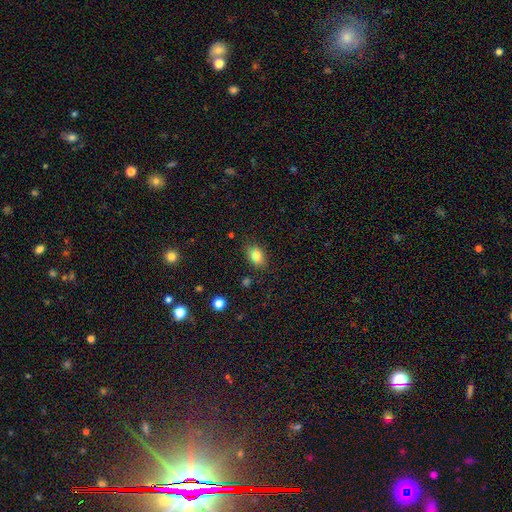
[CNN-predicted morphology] Smooth or featured? Predicted: smooth (p=0.81). How rounded? Predicted: in between (p=0.78). Merging? Predicted: none (p=0.81).